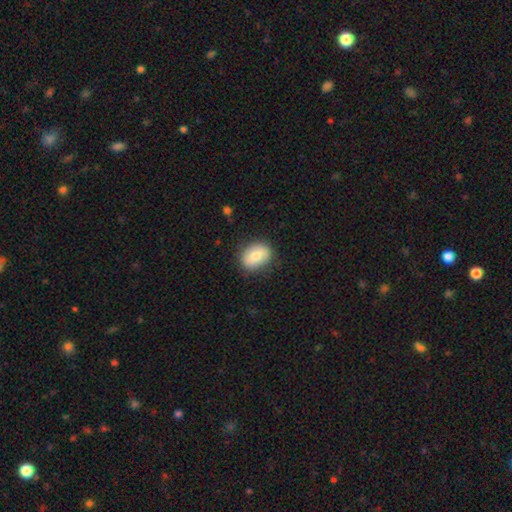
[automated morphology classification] Q: Smooth or featured?
A: smooth (74%); runner-up: featured or disk (19%)
Q: How rounded?
A: in between (63%); runner-up: round (36%)
Q: Merging?
A: none (83%); runner-up: minor disturbance (13%)